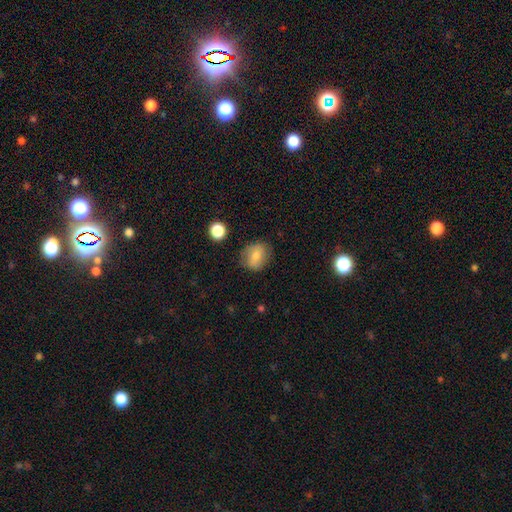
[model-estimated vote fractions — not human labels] A smooth galaxy with no disk features (77%) that is round (55%).

Vote fractions:
- Smooth or featured? smooth: 77% / featured or disk: 14% / star or artifact: 9%
- How rounded? round: 55% / in between: 44% / cigar-shaped: 1%
- Merging? none: 77% / minor disturbance: 17% / major disturbance: 4% / merger: 2%